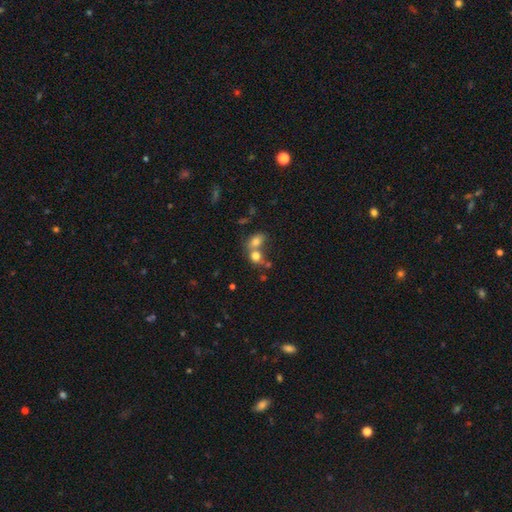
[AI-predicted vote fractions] smooth_or_featured: smooth (p=0.76) [alt: featured or disk p=0.12]
how_rounded: in between (p=0.50) [alt: round p=0.48]
merging: merger (p=0.58) [alt: none p=0.30]